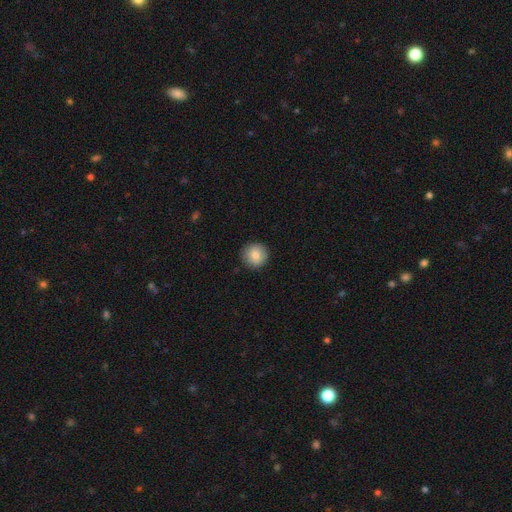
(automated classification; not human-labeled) This is clearly a smooth galaxy (84%). How rounded: clearly round (94%). Merging: clearly none (90%).